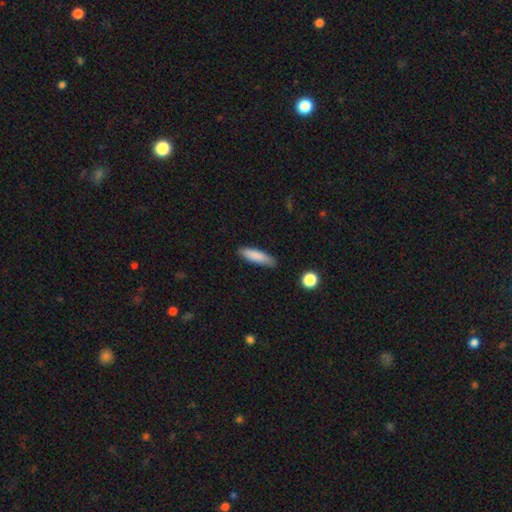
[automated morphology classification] smooth_or_featured: smooth (p=0.85) [alt: featured or disk p=0.09]
how_rounded: cigar-shaped (p=0.65) [alt: in between p=0.33]
merging: none (p=0.81) [alt: minor disturbance p=0.15]